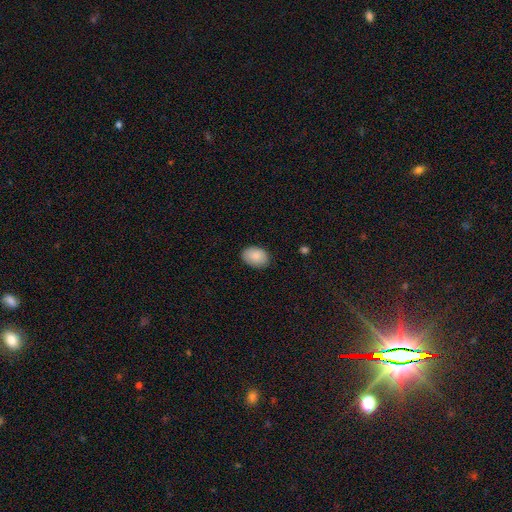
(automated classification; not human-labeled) The model was most divided on "how rounded": in between: 79%, round: 20%, cigar-shaped: 1%. More confident: smooth or featured — smooth (88%); merging — none (85%).